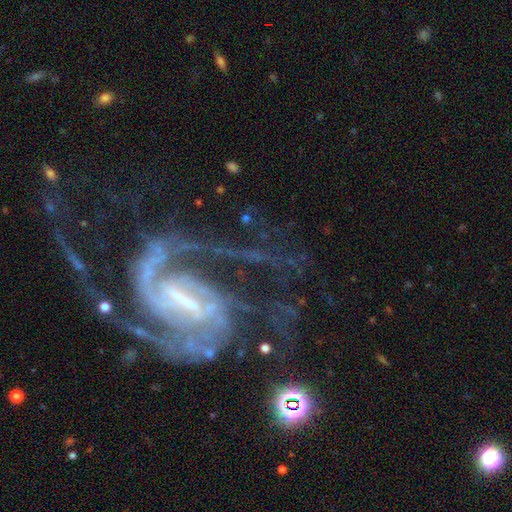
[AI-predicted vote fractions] A featured or disk galaxy (91%) with a strong bar (51%), 2 (67%) medium (53%) spiral arms (97%) and a small central bulge (52%). Merging: none (46%).